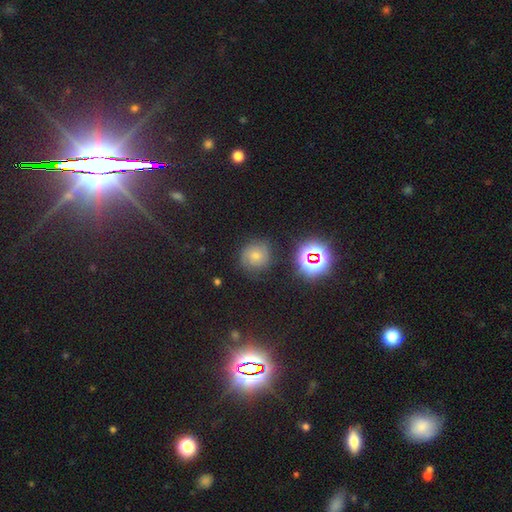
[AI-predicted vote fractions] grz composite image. It shows a star or artifact, not a galaxy (37%).